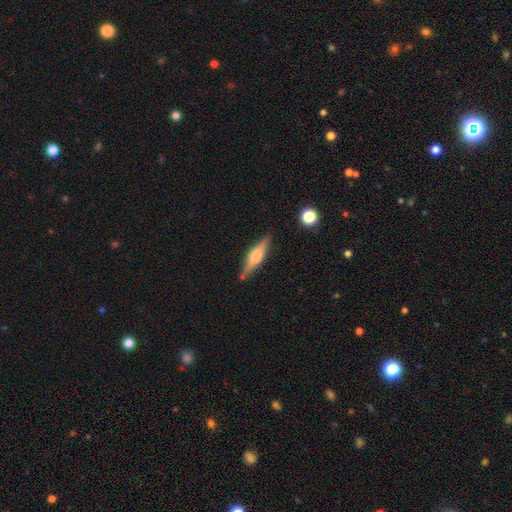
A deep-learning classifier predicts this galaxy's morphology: featured or disk 65%, smooth 29%, star or artifact 6%. Down the decision tree: edge-on disk — yes (96%); edge-on bulge — rounded (85%); merging — none (85%).